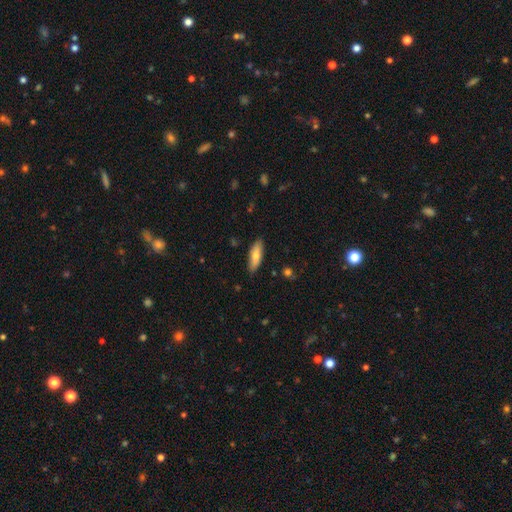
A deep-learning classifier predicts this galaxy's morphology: Smooth or featured? smooth (72%)
How rounded? in between (50%)
Merging? none (85%)